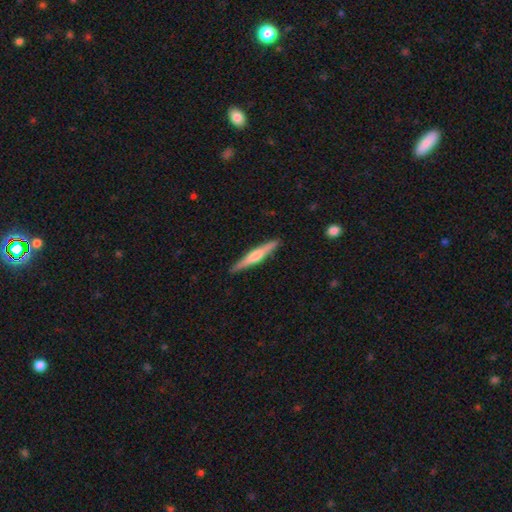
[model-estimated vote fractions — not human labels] featured or disk 59%, smooth 36%, star or artifact 5%. Down the decision tree: edge-on disk — yes (97%); edge-on bulge — rounded (75%); merging — none (91%).